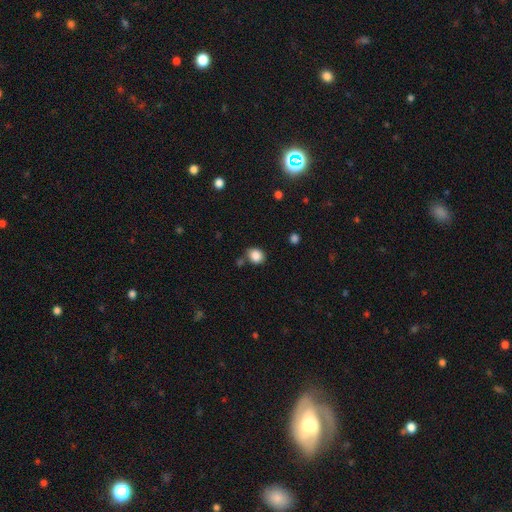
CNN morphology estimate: The model was most divided on "how rounded": round: 64%, in between: 35%, cigar-shaped: 1%. More confident: smooth or featured — smooth (87%); merging — none (73%).